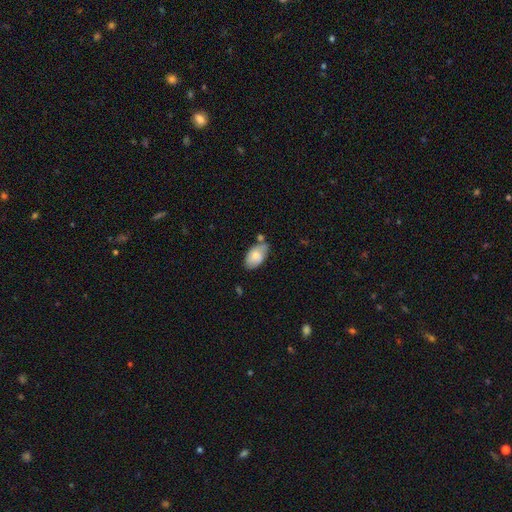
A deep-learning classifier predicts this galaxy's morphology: Q: Smooth or featured?
A: smooth (73%); runner-up: featured or disk (21%)
Q: How rounded?
A: in between (94%); runner-up: round (4%)
Q: Merging?
A: none (58%); runner-up: minor disturbance (26%)